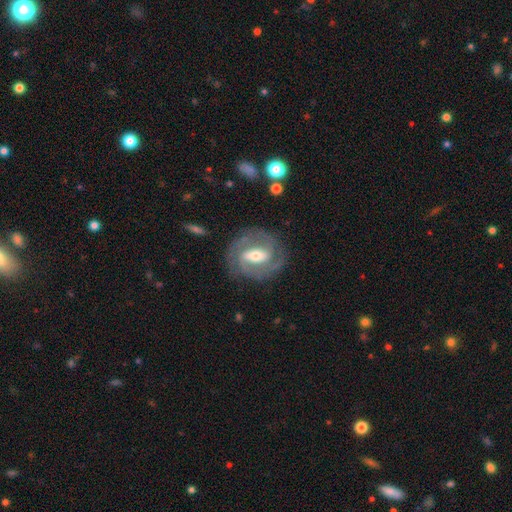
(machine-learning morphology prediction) The model was most divided on "bar": strong: 43%, weak: 39%, no: 18%. Remaining: edge-on disk — no (96%); spiral arms — yes (91%); smooth or featured — featured or disk (83%); merging — none (80%); spiral arm count — 2 (75%); bulge size — moderate (56%); spiral winding — tight (50%).